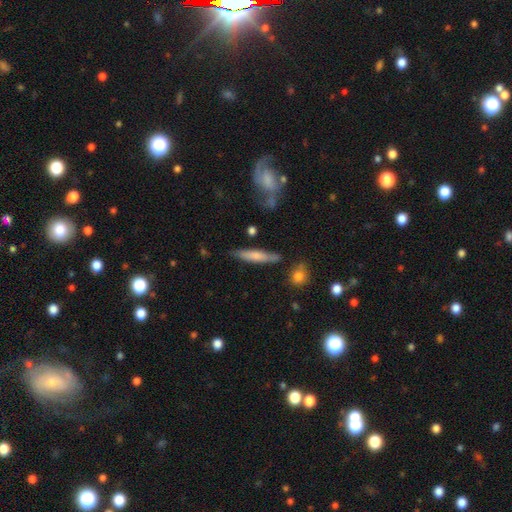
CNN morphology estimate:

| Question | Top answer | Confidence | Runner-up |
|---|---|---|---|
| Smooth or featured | smooth | 68% | featured or disk (27%) |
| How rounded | cigar-shaped | 87% | in between (11%) |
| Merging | none | 80% | minor disturbance (13%) |